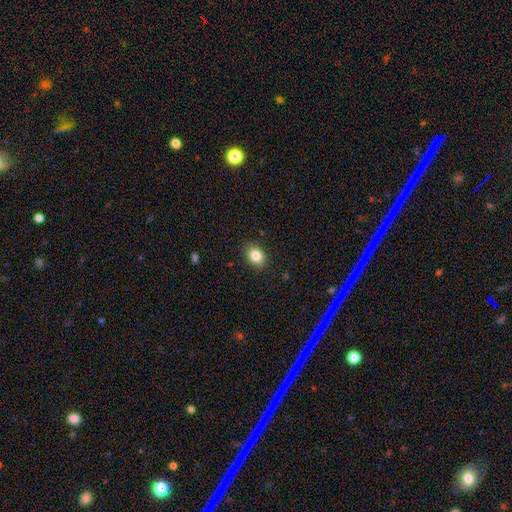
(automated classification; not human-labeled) Overall: smooth (84%). How rounded: in between (63%; round 36%). Merging: none (88%).